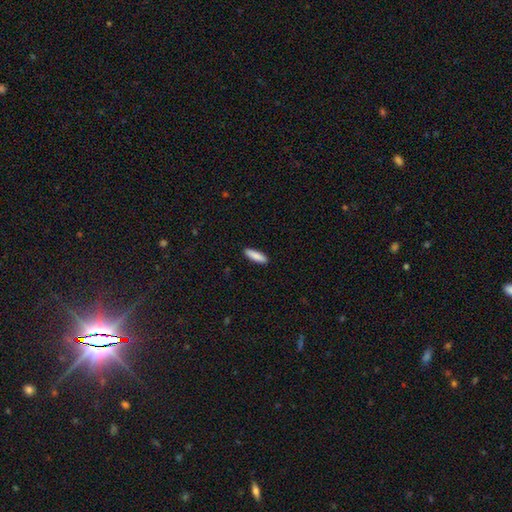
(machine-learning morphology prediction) Smooth or featured? smooth (87%)
How rounded? cigar-shaped (63%)
Merging? none (91%)